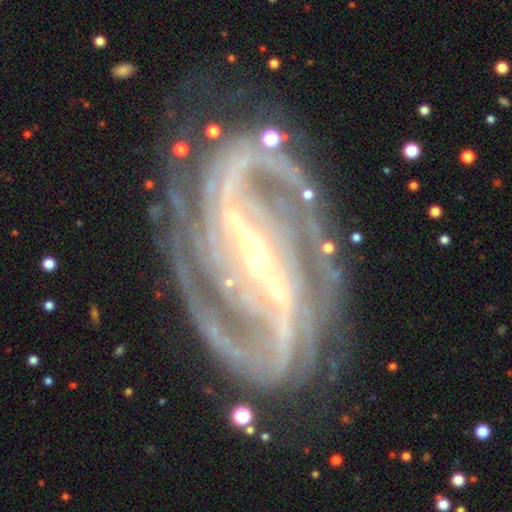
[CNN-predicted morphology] featured or disk 93%, star or artifact 5%, smooth 2%. Down the decision tree: edge-on disk — no (96%); bar — strong (77%); spiral arms — yes (98%); spiral arm count — 2 (81%); spiral winding — medium (49%); bulge size — small (75%); merging — none (76%).